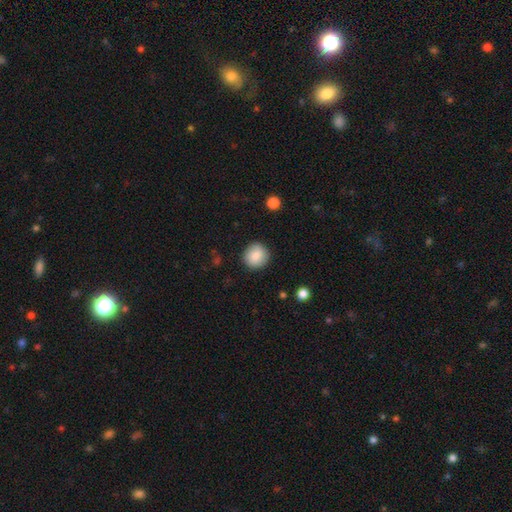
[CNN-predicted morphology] Q: Smooth or featured?
A: smooth (85%); runner-up: featured or disk (8%)
Q: How rounded?
A: round (92%); runner-up: in between (7%)
Q: Merging?
A: none (89%); runner-up: minor disturbance (8%)